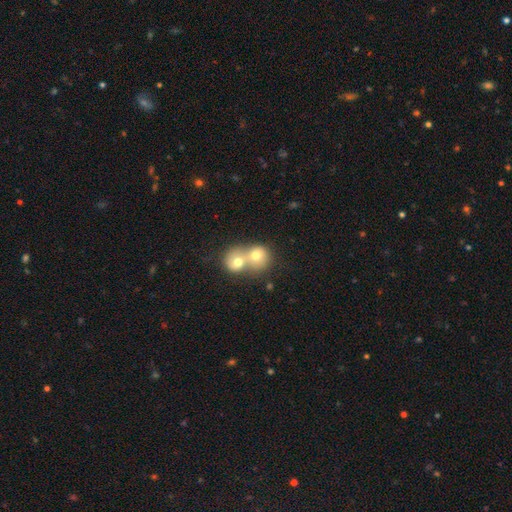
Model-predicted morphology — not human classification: Q: Smooth or featured?
A: smooth (70%); runner-up: featured or disk (20%)
Q: How rounded?
A: round (74%); runner-up: in between (25%)
Q: Merging?
A: merger (73%); runner-up: none (20%)